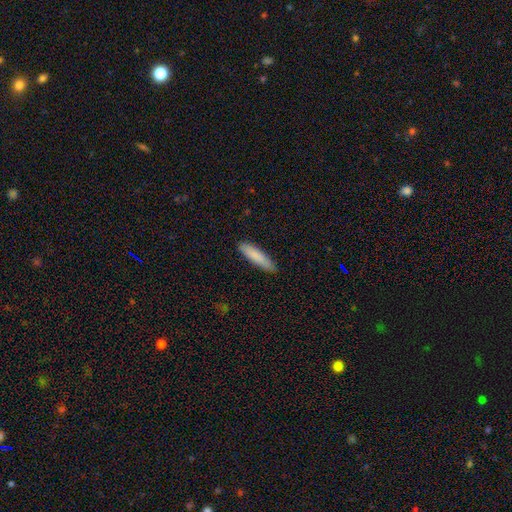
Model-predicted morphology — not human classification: smooth_or_featured: smooth (p=0.86) [alt: featured or disk p=0.09]
how_rounded: cigar-shaped (p=0.80) [alt: in between p=0.19]
merging: none (p=0.85) [alt: minor disturbance p=0.12]